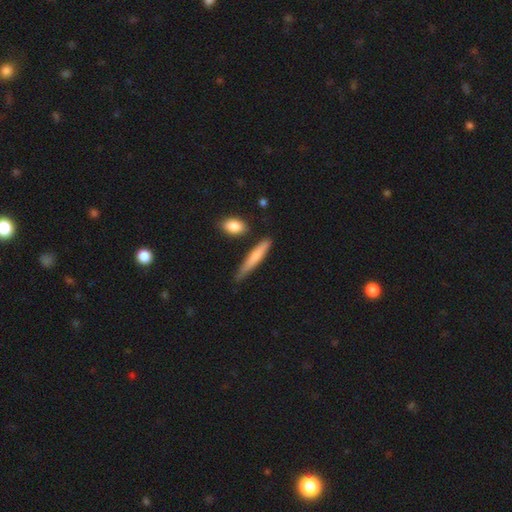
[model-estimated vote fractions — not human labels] Smooth or featured?
  - smooth: 69% *
  - featured or disk: 25%
  - star or artifact: 6%
How rounded?
  - cigar-shaped: 91% *
  - in between: 8%
  - round: 2%
Merging?
  - none: 70% *
  - minor disturbance: 21%
  - merger: 5%
  - major disturbance: 4%